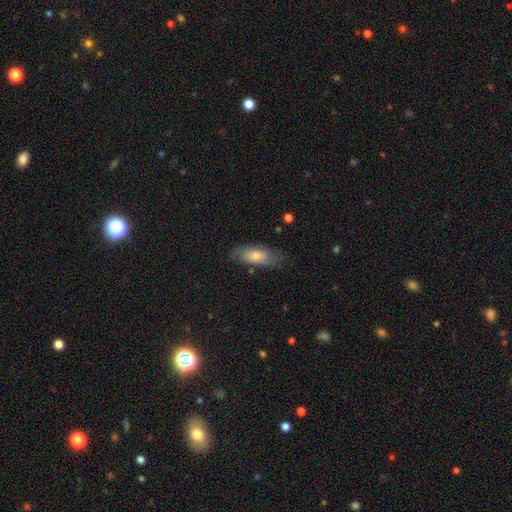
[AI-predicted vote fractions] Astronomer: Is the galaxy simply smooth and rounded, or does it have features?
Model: smooth — 57% (runner-up: featured or disk, 35%).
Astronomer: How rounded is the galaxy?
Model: in between — 74%.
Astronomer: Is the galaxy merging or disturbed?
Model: none — 73%.